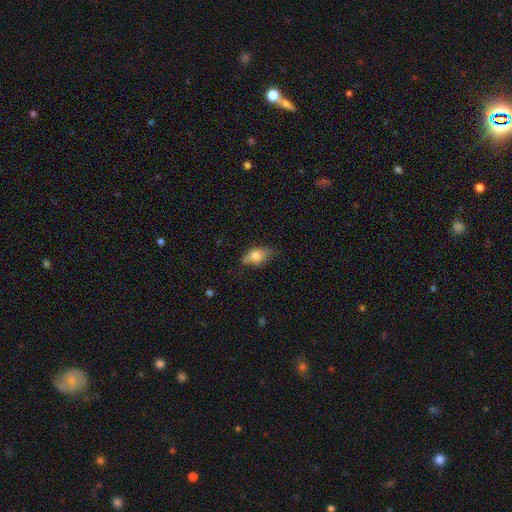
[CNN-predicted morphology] The model was most divided on "merging": none: 58%, minor disturbance: 31%, major disturbance: 9%, merger: 3%. More confident: how rounded — in between (80%); smooth or featured — smooth (65%).